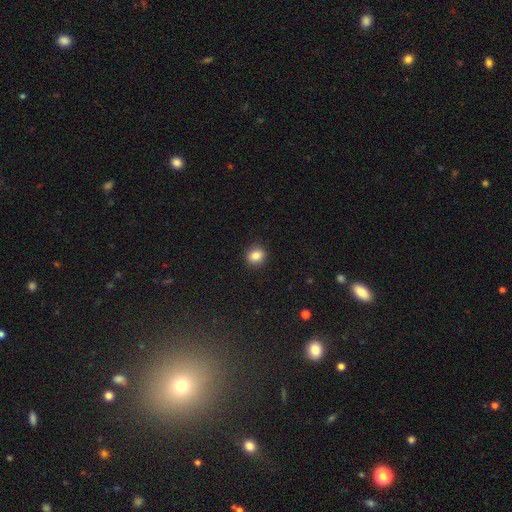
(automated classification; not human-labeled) This is clearly a smooth galaxy (85%). How rounded: likely round (74%). Merging: clearly none (91%).